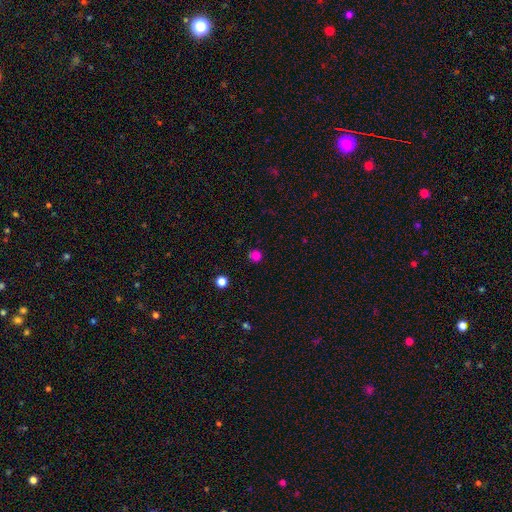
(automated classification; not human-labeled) Q: Smooth or featured?
A: smooth (80%); runner-up: star or artifact (17%)
Q: How rounded?
A: round (94%); runner-up: in between (5%)
Q: Merging?
A: none (89%); runner-up: minor disturbance (7%)